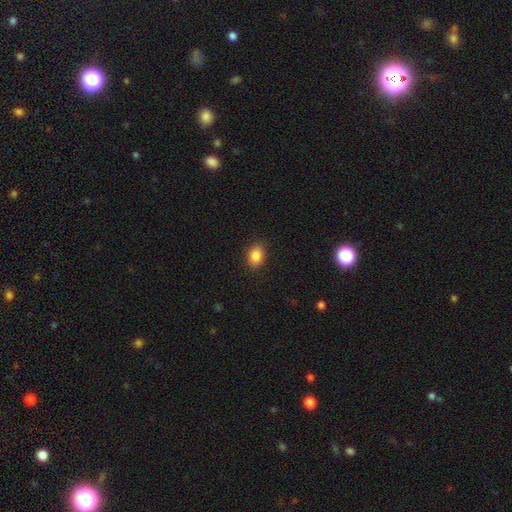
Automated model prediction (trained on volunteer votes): smooth 86%, star or artifact 9%, featured or disk 5%. Down the decision tree: how rounded — in between (73%); merging — none (88%).